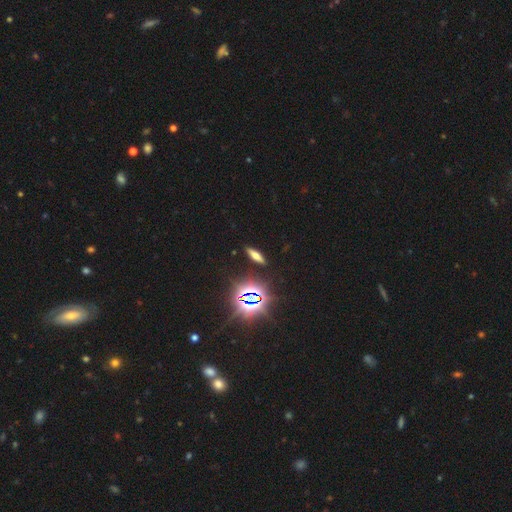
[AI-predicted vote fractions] Overall: smooth (47%; star or artifact 32%). Merging: none (90%).